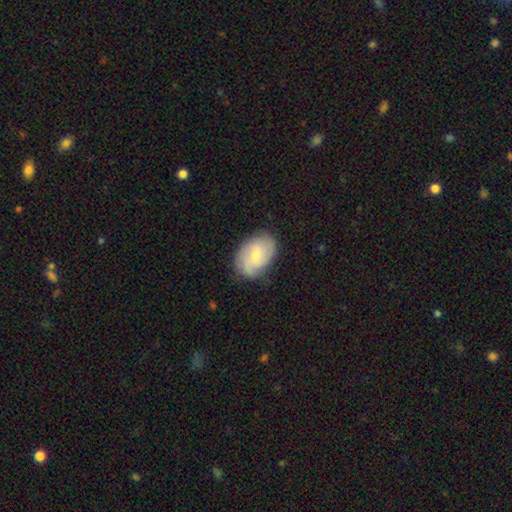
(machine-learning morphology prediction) A featured or disk galaxy (59%) with no bar (58%), 2 (34%) tight (50%) spiral arms (88%) and a small central bulge (61%). Merging: none (77%).